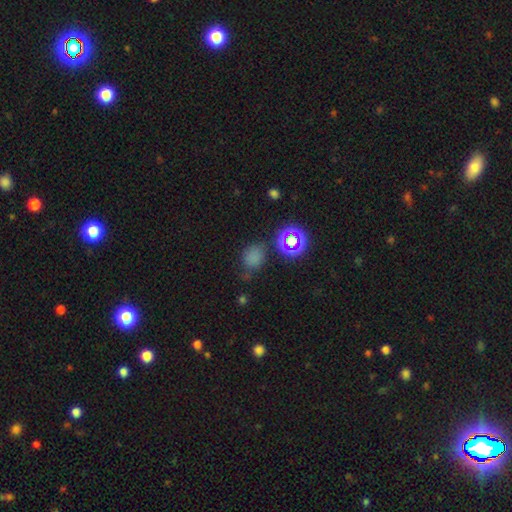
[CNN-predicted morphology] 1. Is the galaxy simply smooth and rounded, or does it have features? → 60% smooth, 33% star or artifact, 8% featured or disk.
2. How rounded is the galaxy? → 65% round, 34% in between, 1% cigar-shaped.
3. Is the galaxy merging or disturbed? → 65% none, 20% minor disturbance, 9% major disturbance, 7% merger.